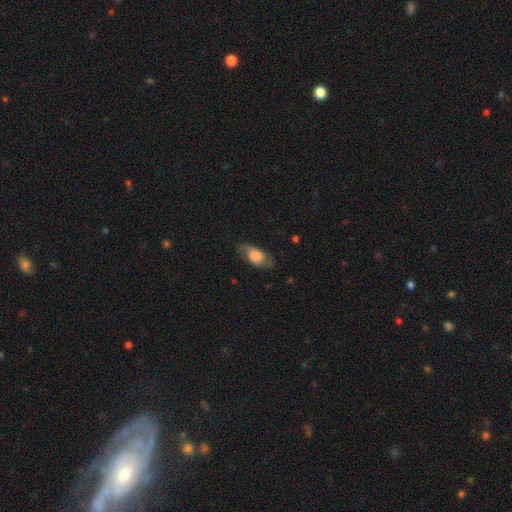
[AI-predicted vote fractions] Smooth or featured? Predicted: smooth (p=0.57). How rounded? Predicted: in between (p=0.84). Merging? Predicted: none (p=0.67).